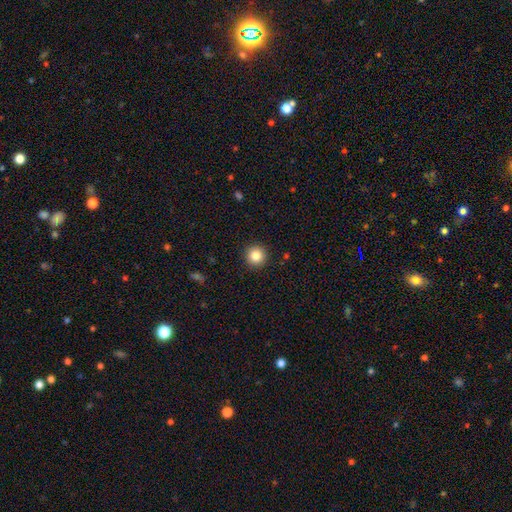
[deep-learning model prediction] Smooth or featured? smooth (84%)
How rounded? round (96%)
Merging? none (92%)